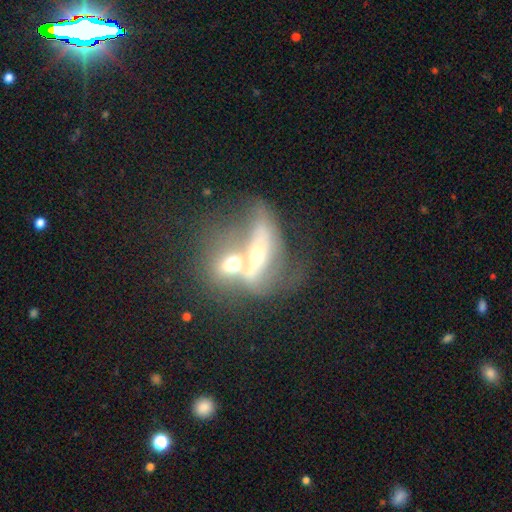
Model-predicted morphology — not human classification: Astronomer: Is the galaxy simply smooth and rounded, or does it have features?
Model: featured or disk — 58%.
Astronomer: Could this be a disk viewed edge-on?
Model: no — 82%.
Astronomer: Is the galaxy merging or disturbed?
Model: merger — 76%.